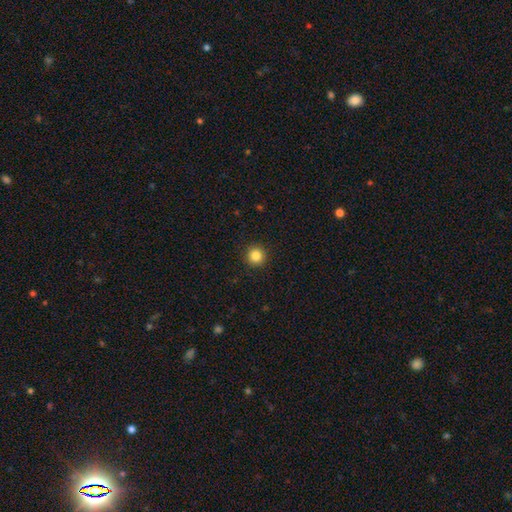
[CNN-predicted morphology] This appears to be a smooth galaxy with no disk features (84%) that is round (96%). Merging: none (93%).